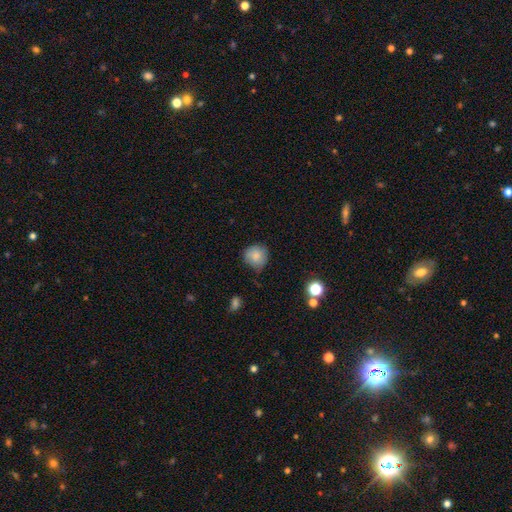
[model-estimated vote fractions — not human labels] Smooth or featured?
  - smooth: 80% *
  - featured or disk: 11%
  - star or artifact: 9%
How rounded?
  - round: 87% *
  - in between: 12%
  - cigar-shaped: 1%
Merging?
  - none: 63% *
  - minor disturbance: 28%
  - major disturbance: 6%
  - merger: 3%